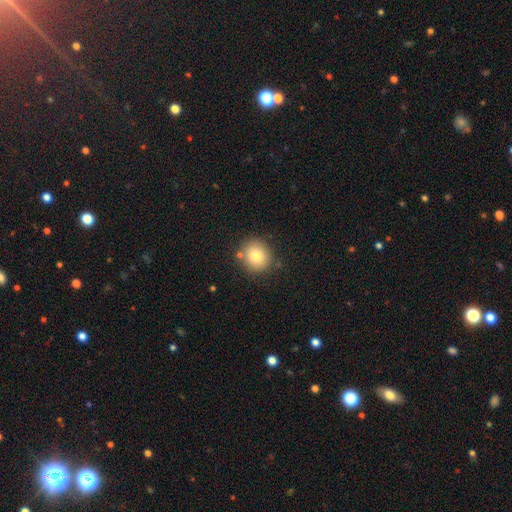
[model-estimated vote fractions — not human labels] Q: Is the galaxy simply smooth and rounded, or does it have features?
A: smooth — 80%.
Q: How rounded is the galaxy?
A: round — 81%.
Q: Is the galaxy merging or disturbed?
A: none — 80%.